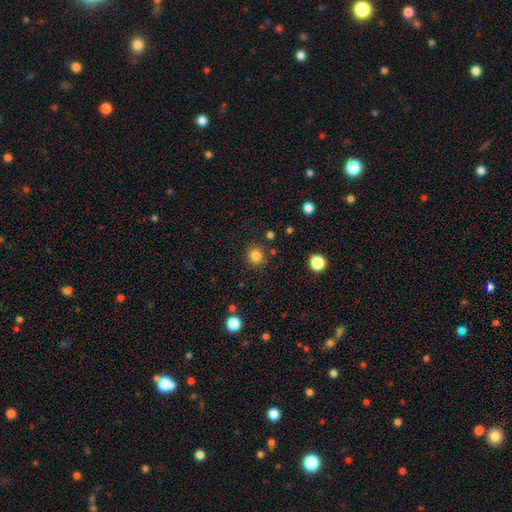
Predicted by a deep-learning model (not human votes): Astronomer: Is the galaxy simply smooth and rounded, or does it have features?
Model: smooth — 83%.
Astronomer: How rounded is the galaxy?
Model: round — 86%.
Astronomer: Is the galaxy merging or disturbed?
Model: none — 86%.